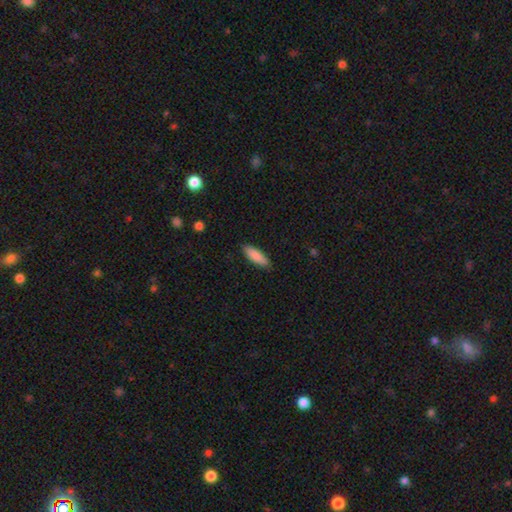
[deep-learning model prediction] This is clearly a smooth galaxy (88%). How rounded: possibly in between (52%). Merging: clearly none (86%).